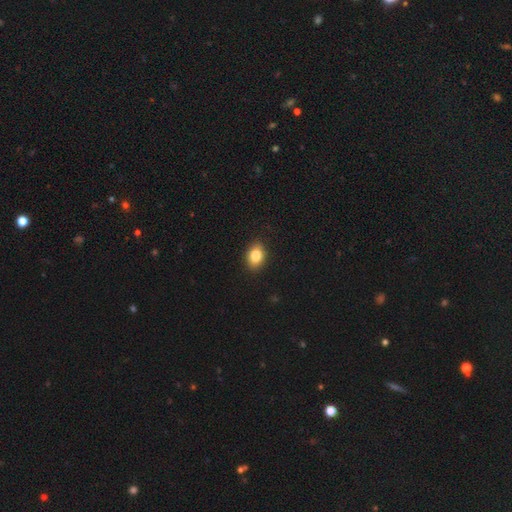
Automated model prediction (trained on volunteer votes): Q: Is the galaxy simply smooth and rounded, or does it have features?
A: smooth — 83%.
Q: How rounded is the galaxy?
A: in between — 76%.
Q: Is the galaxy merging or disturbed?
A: none — 89%.